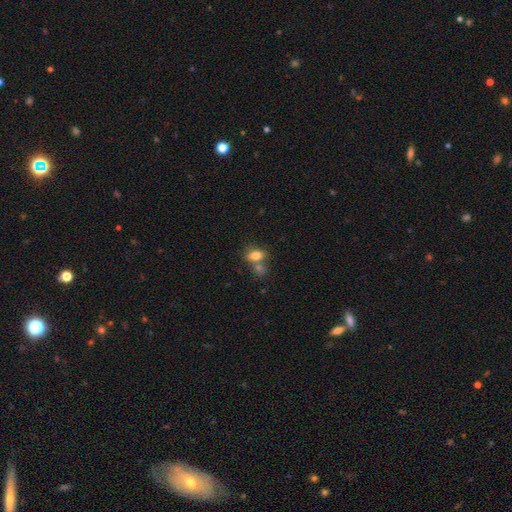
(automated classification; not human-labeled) Smooth or featured: smooth — 77% (featured or disk — 13%)
How rounded: in between — 78% (round — 18%)
Merging: none — 44% (merger — 37%)